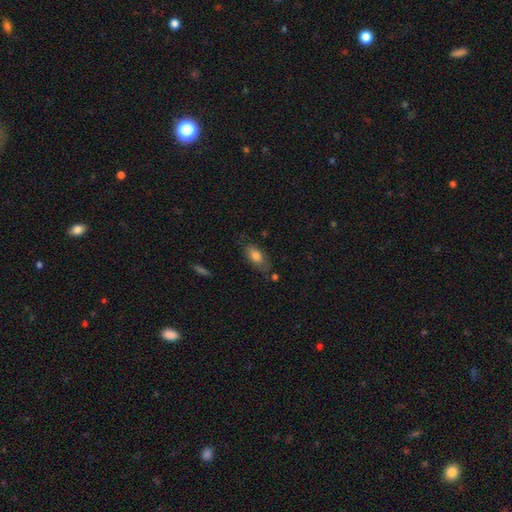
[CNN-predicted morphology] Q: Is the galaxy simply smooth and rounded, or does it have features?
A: smooth — 78%.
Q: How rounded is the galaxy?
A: in between — 88%.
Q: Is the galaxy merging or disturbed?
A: none — 66%.